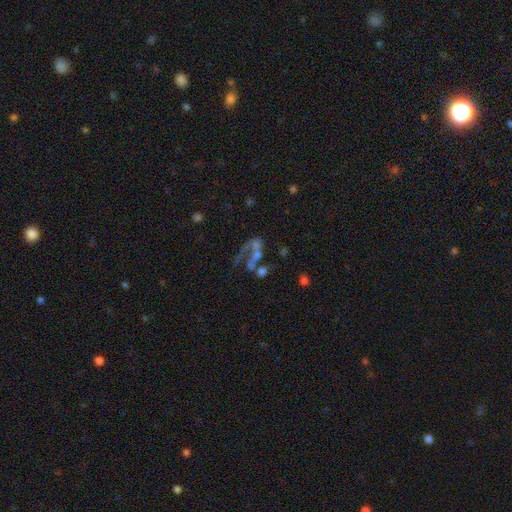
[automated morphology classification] A featured or disk galaxy (54%) with no bar (77%), no spiral arms (64%) and no central bulge (53%).

Vote fractions:
- Smooth or featured? featured or disk: 54% / smooth: 24% / star or artifact: 22%
- Edge-on disk? no: 94% / yes: 6%
- Bar? no: 77% / weak: 15% / strong: 8%
- Spiral arms? no: 64% / yes: 36%
- Bulge size? none: 53% / small: 24% / moderate: 16% / large: 5% / dominant: 3%
- Merging? merger: 36% / major disturbance: 31% / none: 23% / minor disturbance: 9%